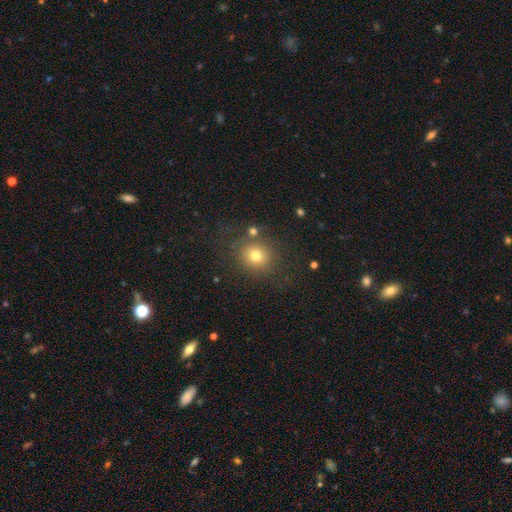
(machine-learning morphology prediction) This appears to be a smooth galaxy with no disk features (75%) that is round (86%). Merging: none (77%).